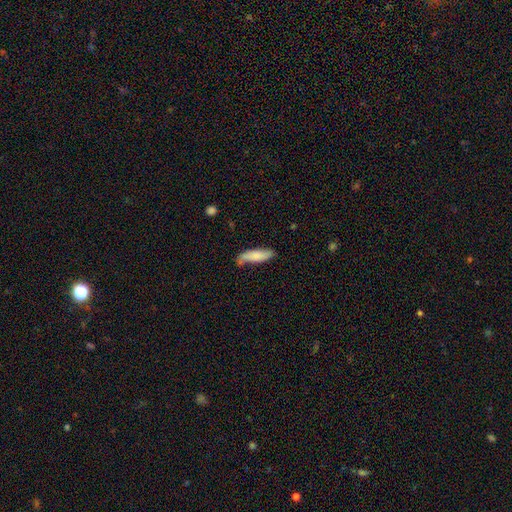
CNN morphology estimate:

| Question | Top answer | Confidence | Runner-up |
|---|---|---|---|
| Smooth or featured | smooth | 77% | featured or disk (17%) |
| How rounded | cigar-shaped | 56% | in between (42%) |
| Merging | none | 61% | minor disturbance (27%) |